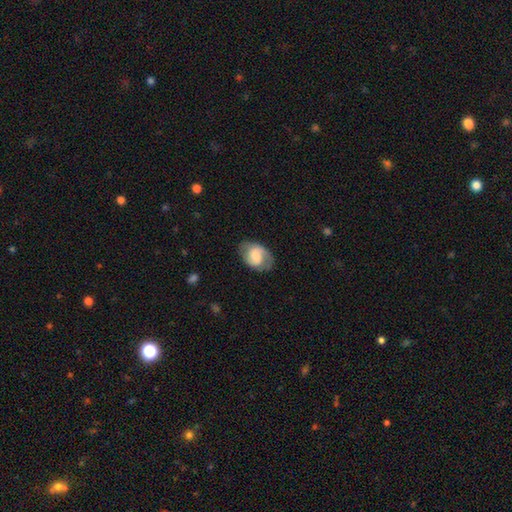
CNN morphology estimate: Smooth or featured? Predicted: smooth (p=0.53). How rounded? Predicted: in between (p=0.78). Merging? Predicted: none (p=0.66).